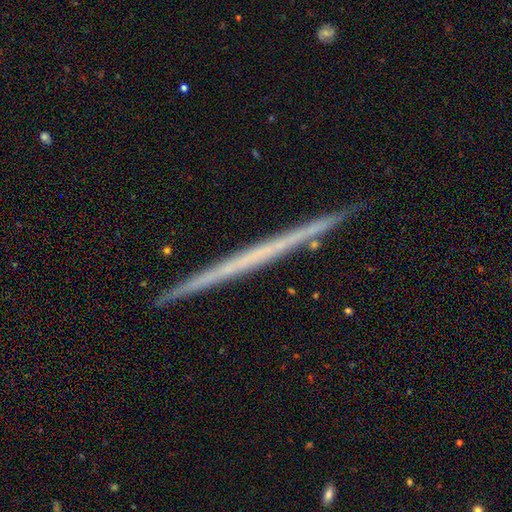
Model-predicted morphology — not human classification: Smooth or featured? Predicted: featured or disk (p=0.62). Edge-on disk? Predicted: yes (p=0.98). Edge-on bulge? Predicted: none (p=0.93). Merging? Predicted: none (p=0.91).